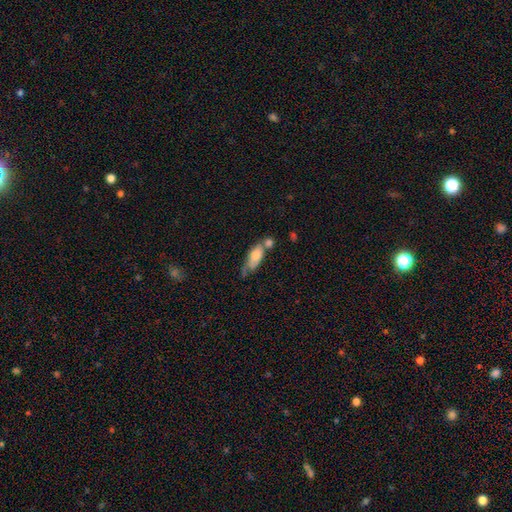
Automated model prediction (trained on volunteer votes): Smooth or featured: smooth — 71% (featured or disk — 22%)
How rounded: in between — 75% (cigar-shaped — 22%)
Merging: merger — 37% (none — 31%)